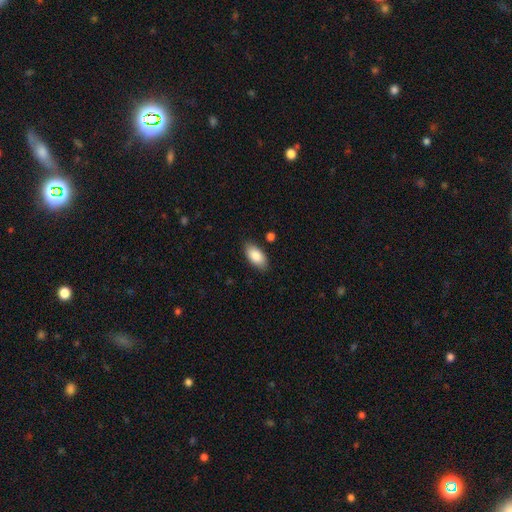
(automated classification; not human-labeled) The model was most divided on "merging": none: 85%, minor disturbance: 11%, major disturbance: 2%, merger: 2%. More confident: how rounded — in between (93%); smooth or featured — smooth (87%).